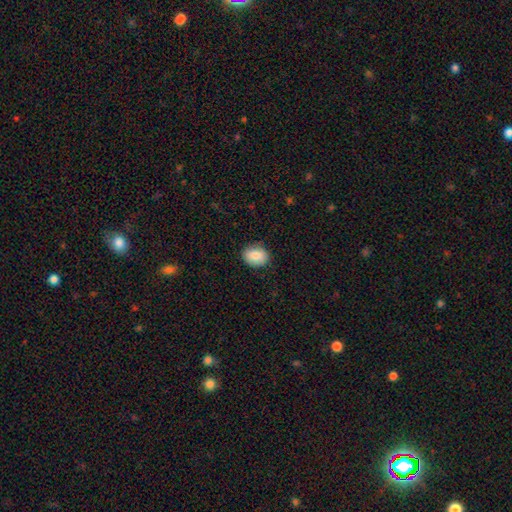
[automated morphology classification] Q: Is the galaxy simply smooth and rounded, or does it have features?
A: smooth — 84%.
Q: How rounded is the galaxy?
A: in between — 58%.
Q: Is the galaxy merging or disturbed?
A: none — 86%.